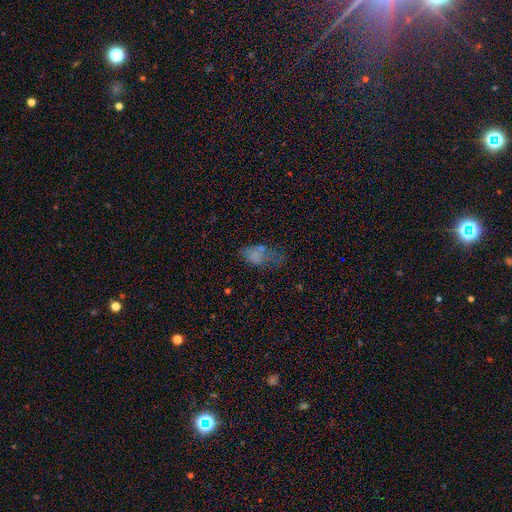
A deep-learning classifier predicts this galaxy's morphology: A smooth galaxy with no disk features (64%) that is in between round and cigar-shaped (88%).

Vote fractions:
- Smooth or featured? smooth: 64% / featured or disk: 20% / star or artifact: 17%
- How rounded? in between: 88% / round: 8% / cigar-shaped: 4%
- Merging? major disturbance: 33% / none: 32% / minor disturbance: 27% / merger: 8%